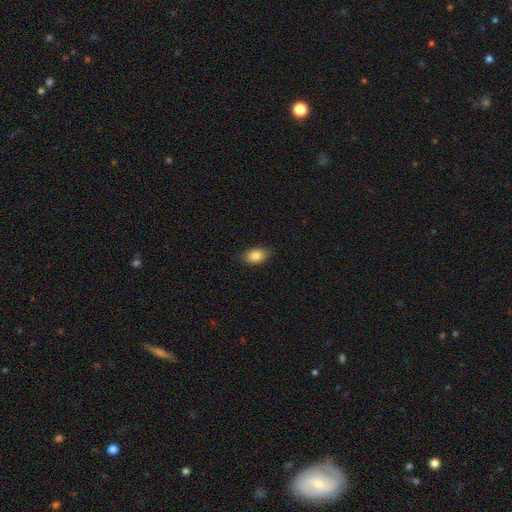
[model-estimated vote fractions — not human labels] This appears to be a smooth galaxy with no disk features (85%) that is in between round and cigar-shaped (89%). Merging: none (86%).